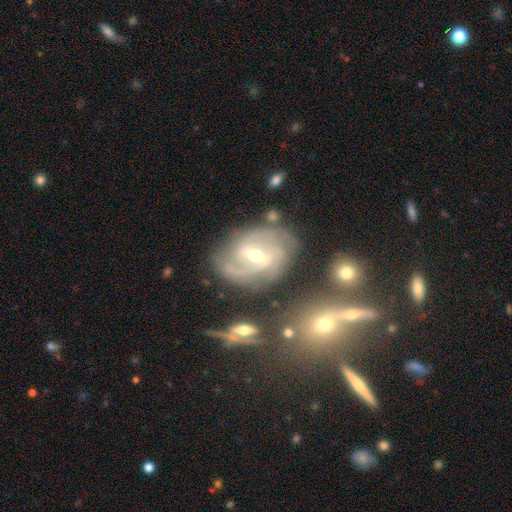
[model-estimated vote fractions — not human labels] The model was most divided on "spiral winding": tight: 47%, medium: 41%, loose: 13%. Remaining: edge-on disk — no (96%); spiral arms — yes (95%); smooth or featured — featured or disk (85%); merging — none (69%); bulge size — moderate (54%); bar — weak (48%); spiral arm count — 2 (44%).